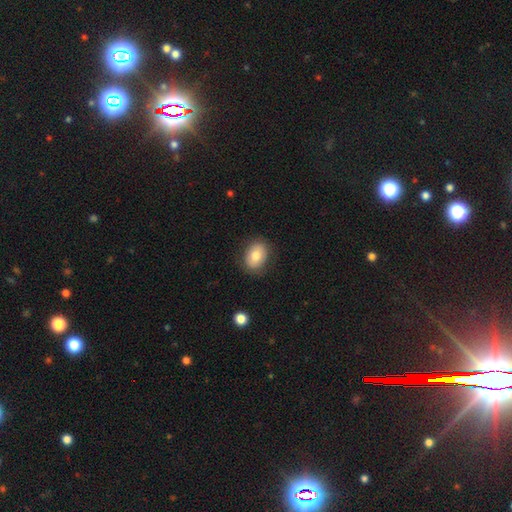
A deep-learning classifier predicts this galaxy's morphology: smooth 79%, featured or disk 14%, star or artifact 8%. Down the decision tree: how rounded — in between (72%); merging — none (84%).